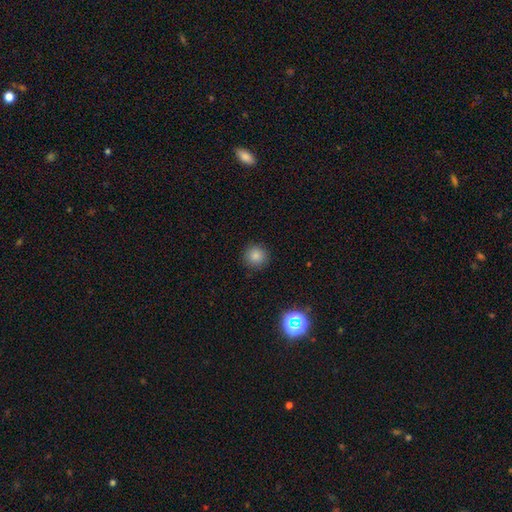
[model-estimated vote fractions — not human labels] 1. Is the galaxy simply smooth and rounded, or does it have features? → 83% smooth, 13% star or artifact, 4% featured or disk.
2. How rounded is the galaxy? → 94% round, 5% in between, 1% cigar-shaped.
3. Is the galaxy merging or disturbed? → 90% none, 7% minor disturbance, 2% major disturbance, 1% merger.